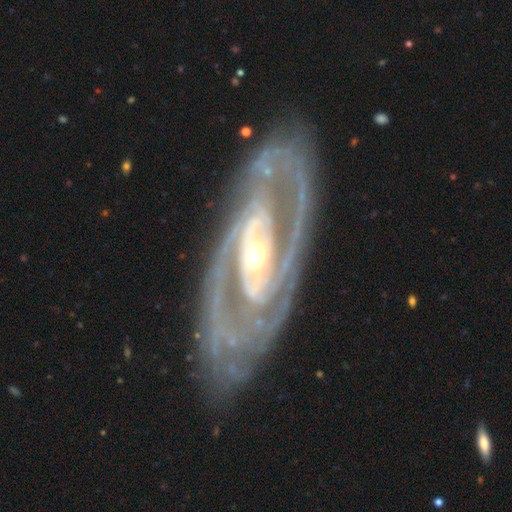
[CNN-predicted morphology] Smooth or featured? Predicted: featured or disk (p=0.93). Edge-on disk? Predicted: no (p=0.95). Bar? Predicted: no (p=0.40). Spiral arms? Predicted: yes (p=0.97). Spiral winding? Predicted: tight (p=0.49). Spiral arm count? Predicted: 2 (p=0.72). Bulge size? Predicted: moderate (p=0.64). Merging? Predicted: none (p=0.71).